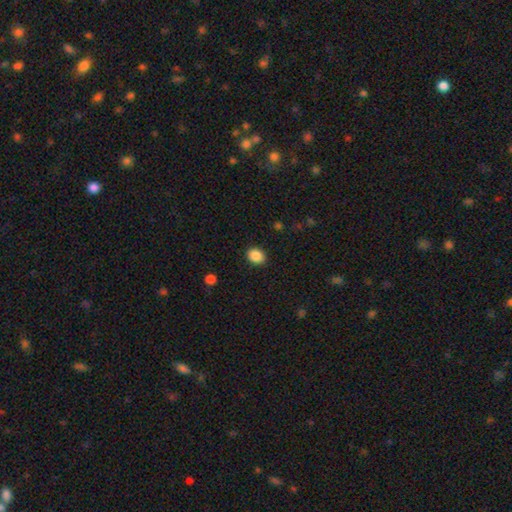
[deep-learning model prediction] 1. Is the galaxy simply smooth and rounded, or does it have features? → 88% smooth, 9% star or artifact, 3% featured or disk.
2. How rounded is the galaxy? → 50% in between, 49% round, 1% cigar-shaped.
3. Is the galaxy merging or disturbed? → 89% none, 8% minor disturbance, 2% major disturbance, 1% merger.